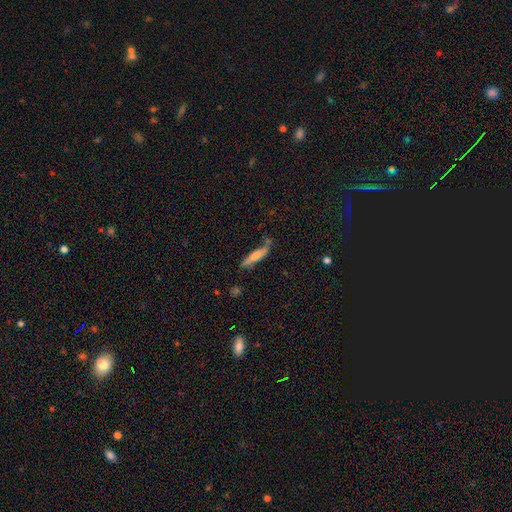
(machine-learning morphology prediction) type=smooth (71%); roundness=cigar-shaped (78%); merging=none (61%).